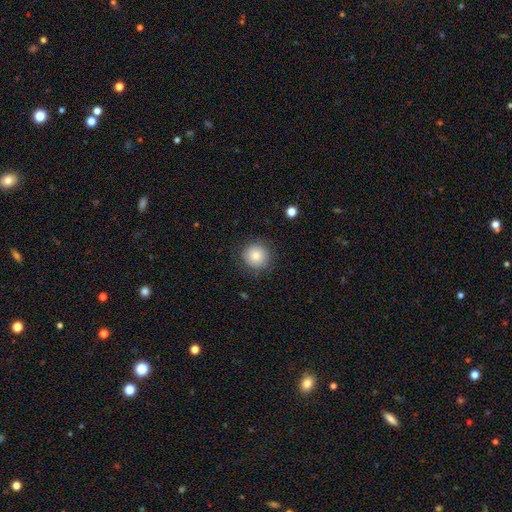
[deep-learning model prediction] This appears to be a smooth galaxy with no disk features (83%) that is round (94%). Merging: none (87%).